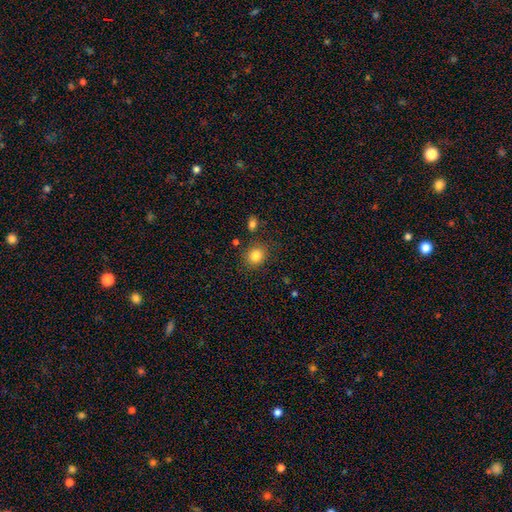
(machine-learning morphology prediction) Smooth or featured? smooth (84%)
How rounded? round (73%)
Merging? none (83%)